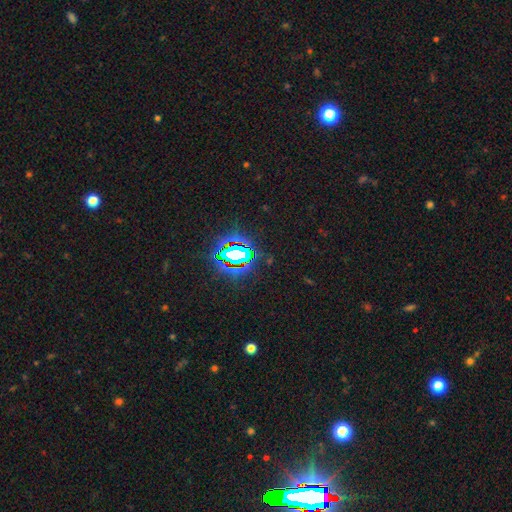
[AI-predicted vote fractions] Q: Smooth or featured?
A: star or artifact (81%); runner-up: smooth (12%)